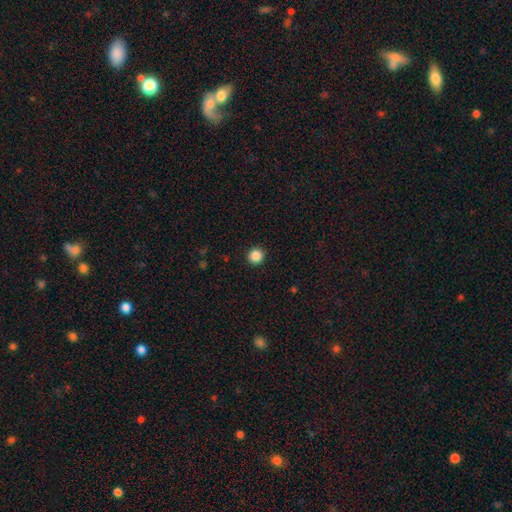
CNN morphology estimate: smooth 87%, star or artifact 11%, featured or disk 3%. Down the decision tree: how rounded — round (95%); merging — none (93%).